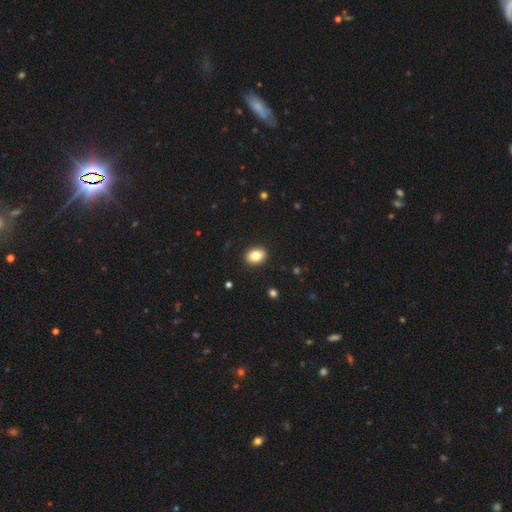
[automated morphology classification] type=smooth (83%); roundness=in between (76%); merging=none (90%).